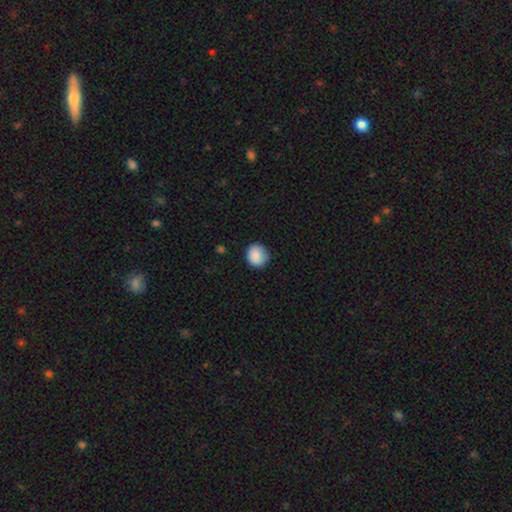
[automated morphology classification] A smooth galaxy with no disk features (88%) that is round (85%).

Vote fractions:
- Smooth or featured? smooth: 88% / star or artifact: 8% / featured or disk: 4%
- How rounded? round: 85% / in between: 14% / cigar-shaped: 1%
- Merging? none: 82% / minor disturbance: 14% / major disturbance: 3% / merger: 1%